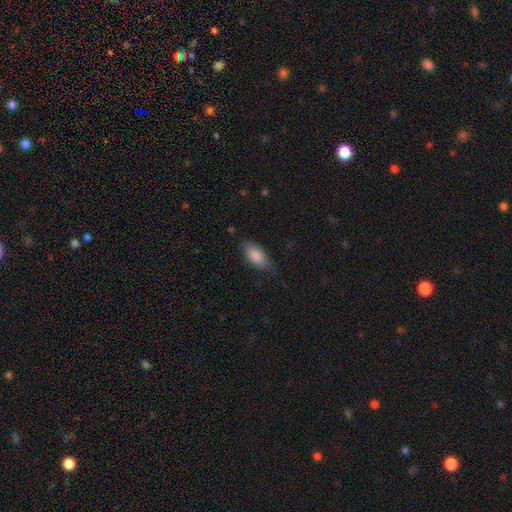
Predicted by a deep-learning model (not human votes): This is clearly a smooth galaxy (87%). How rounded: clearly in between (90%). Merging: likely none (73%).